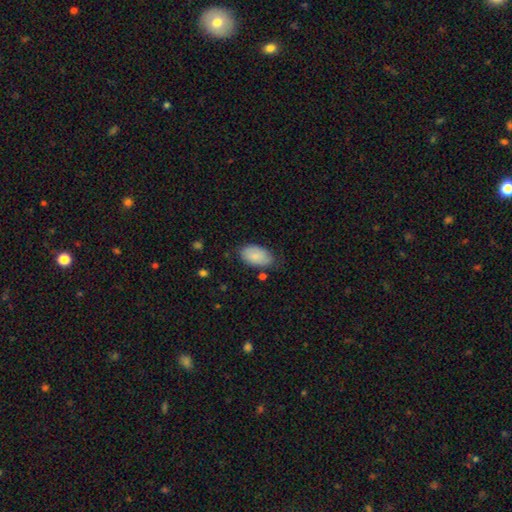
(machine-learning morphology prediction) Overall: smooth (82%). How rounded: in between (94%). Merging: none (70%).